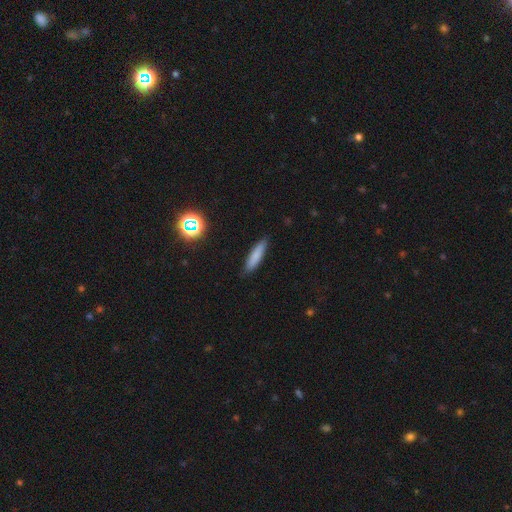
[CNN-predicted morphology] This appears to be a smooth galaxy with no disk features (81%) that is cigar-shaped (76%). Merging: none (87%).